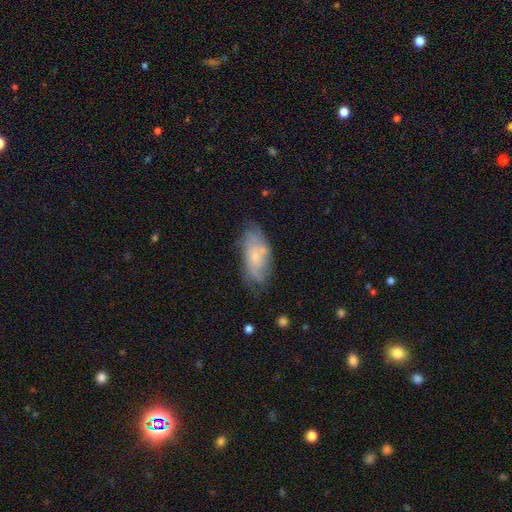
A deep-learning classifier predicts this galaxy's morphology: Overall: smooth (48%; featured or disk 45%). Merging: none (61%; minor disturbance 26%).